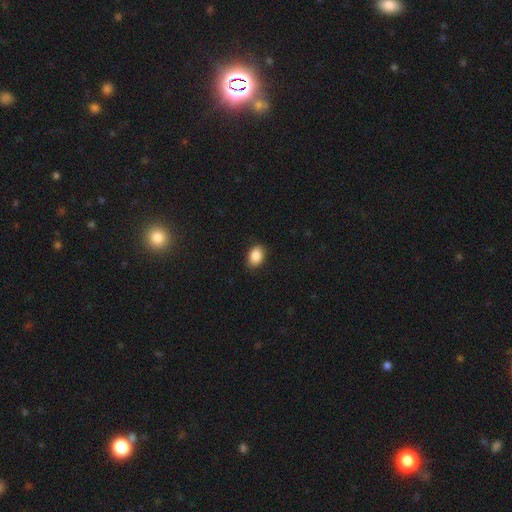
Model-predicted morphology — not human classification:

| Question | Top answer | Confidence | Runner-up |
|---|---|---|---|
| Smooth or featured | smooth | 88% | star or artifact (8%) |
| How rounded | in between | 75% | round (24%) |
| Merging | none | 87% | minor disturbance (10%) |